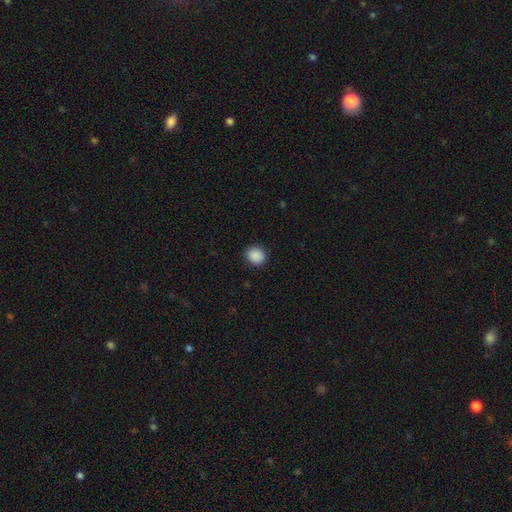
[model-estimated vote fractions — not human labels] Smooth or featured: smooth — 89% (star or artifact — 8%)
How rounded: round — 73% (in between — 26%)
Merging: none — 89% (minor disturbance — 7%)